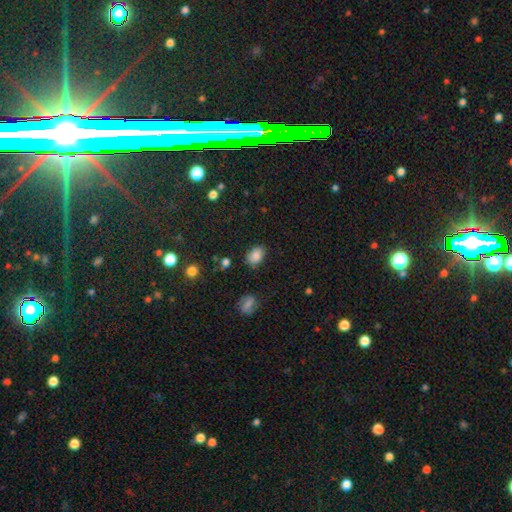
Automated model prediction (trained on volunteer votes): Smooth or featured: smooth — 84% (star or artifact — 10%)
How rounded: in between — 82% (round — 17%)
Merging: none — 79% (minor disturbance — 15%)